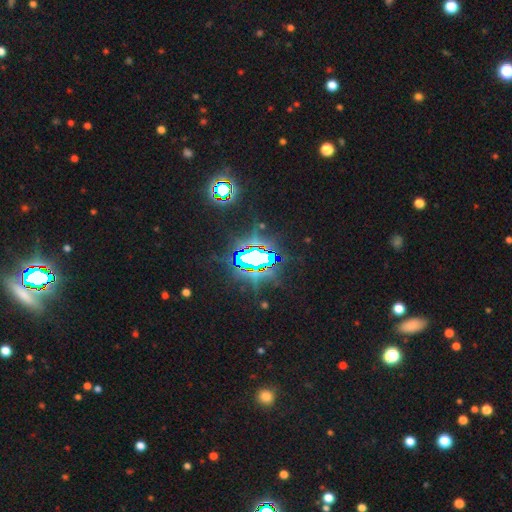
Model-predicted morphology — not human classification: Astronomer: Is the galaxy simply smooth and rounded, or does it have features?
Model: star or artifact — 76%.